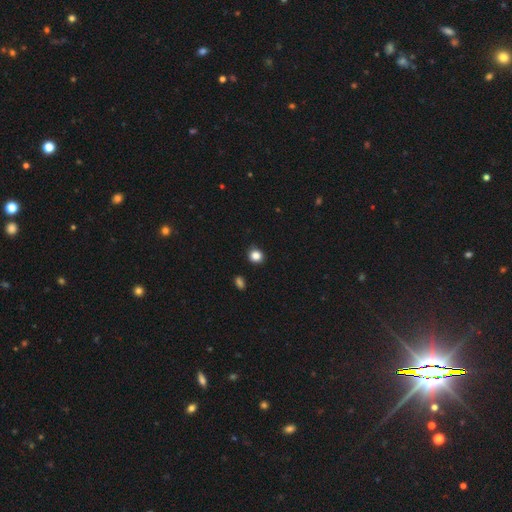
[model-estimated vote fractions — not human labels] Smooth or featured: smooth — 85% (star or artifact — 11%)
How rounded: round — 84% (in between — 15%)
Merging: none — 89% (minor disturbance — 8%)